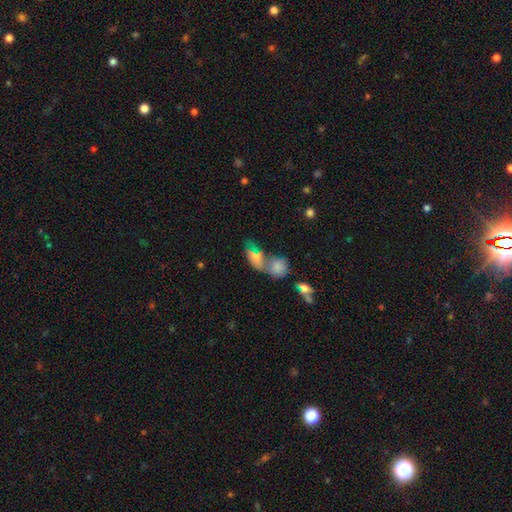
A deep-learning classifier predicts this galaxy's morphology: type=smooth (50%); merging=merger (55%).